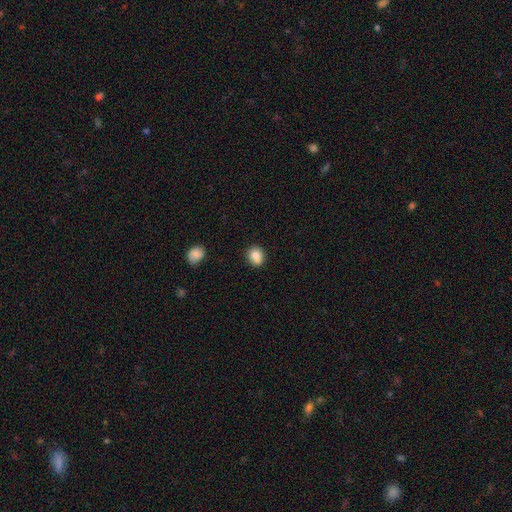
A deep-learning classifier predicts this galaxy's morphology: type=smooth (81%); roundness=round (63%); merging=none (68%).